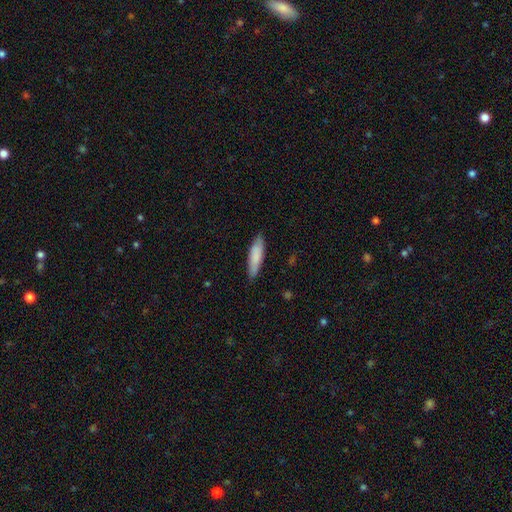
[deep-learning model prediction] smooth 80%, featured or disk 14%, star or artifact 5%. Down the decision tree: how rounded — cigar-shaped (69%); merging — none (82%).